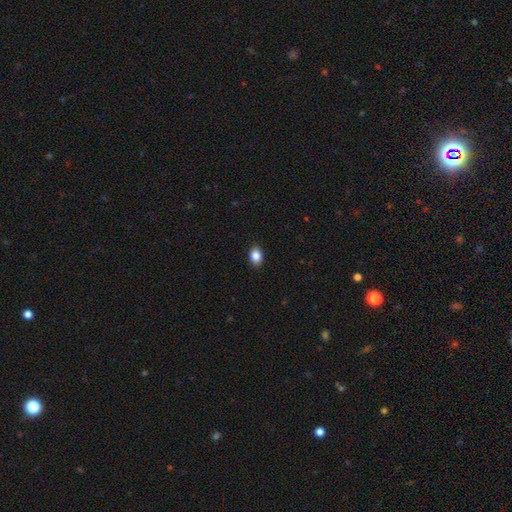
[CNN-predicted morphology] The model was most divided on "how rounded": in between: 71%, round: 28%, cigar-shaped: 1%. More confident: merging — none (90%); smooth or featured — smooth (86%).